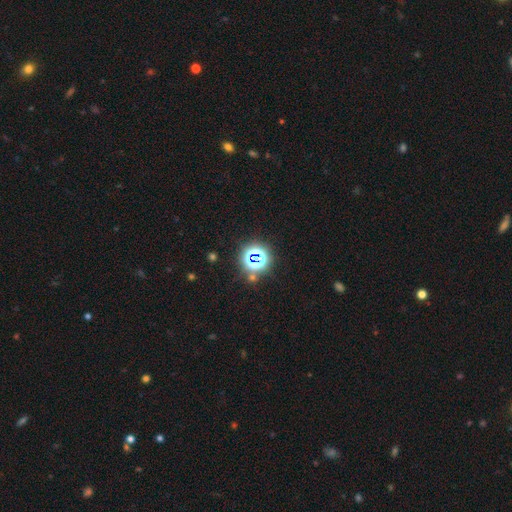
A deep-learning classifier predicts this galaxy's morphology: Smooth or featured? star or artifact (78%)